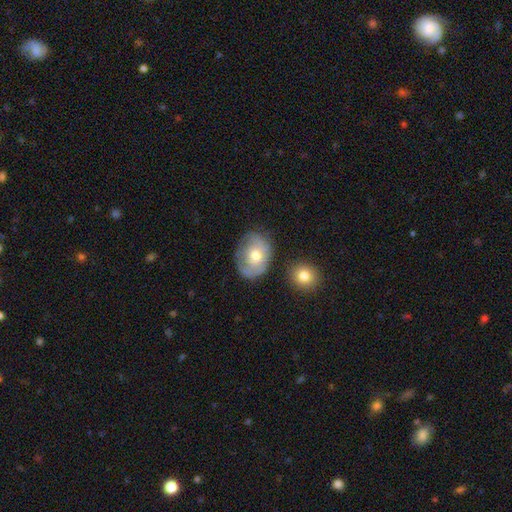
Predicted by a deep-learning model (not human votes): Q: Smooth or featured?
A: smooth (50%); runner-up: featured or disk (43%)
Q: Merging?
A: none (57%); runner-up: minor disturbance (27%)